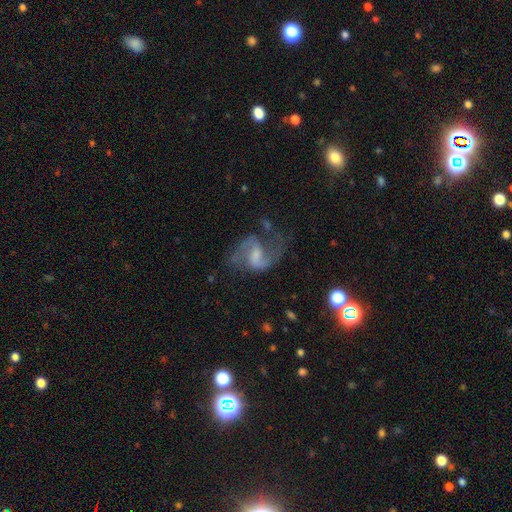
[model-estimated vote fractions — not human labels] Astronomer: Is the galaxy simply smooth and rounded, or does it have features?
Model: featured or disk — 85%.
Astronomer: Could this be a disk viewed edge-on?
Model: no — 98%.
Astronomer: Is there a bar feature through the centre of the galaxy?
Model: weak — 55%.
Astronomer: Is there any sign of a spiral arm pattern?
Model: yes — 95%.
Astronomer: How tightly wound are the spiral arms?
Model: medium — 47% (runner-up: loose, 45%).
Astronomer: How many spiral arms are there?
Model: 2 — 89%.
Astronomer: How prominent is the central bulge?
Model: small — 36% (runner-up: moderate, 32%).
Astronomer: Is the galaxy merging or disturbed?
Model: none — 61%.